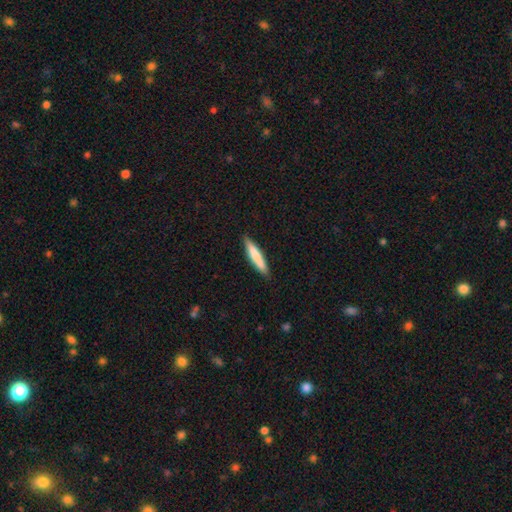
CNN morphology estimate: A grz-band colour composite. It shows a smooth galaxy with no disk features (76%) that is cigar-shaped (89%). Merging: none (88%).